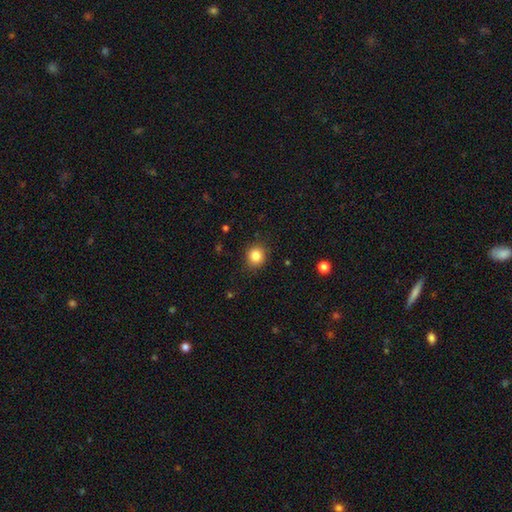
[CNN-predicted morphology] smooth_or_featured: smooth (p=0.84) [alt: star or artifact p=0.11]
how_rounded: round (p=0.85) [alt: in between p=0.14]
merging: none (p=0.88) [alt: minor disturbance p=0.09]